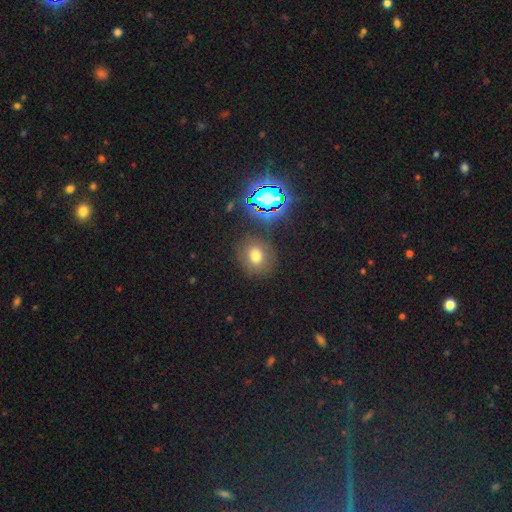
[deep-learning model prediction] A smooth galaxy with no disk features (68%) that is round (71%). Merging: none (83%).